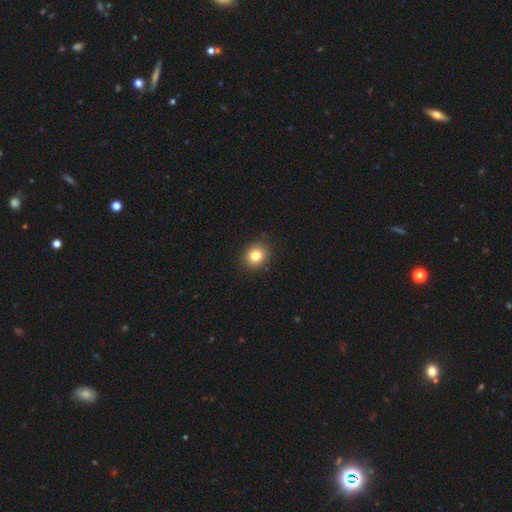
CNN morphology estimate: Smooth or featured? Predicted: smooth (p=0.81). How rounded? Predicted: round (p=0.75). Merging? Predicted: none (p=0.90).